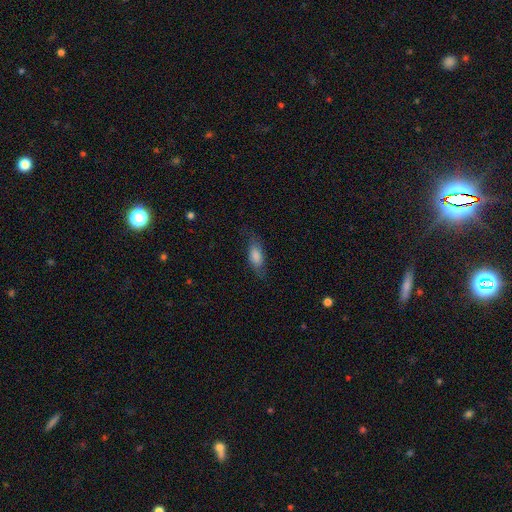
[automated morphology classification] Smooth or featured? smooth (69%)
How rounded? in between (73%)
Merging? none (69%)